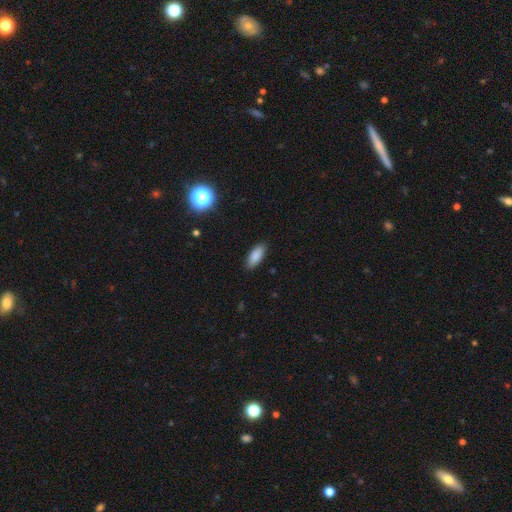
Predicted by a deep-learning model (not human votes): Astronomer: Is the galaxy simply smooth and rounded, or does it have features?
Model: smooth — 86%.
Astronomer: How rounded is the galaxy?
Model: in between — 77%.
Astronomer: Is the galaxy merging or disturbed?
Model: none — 88%.